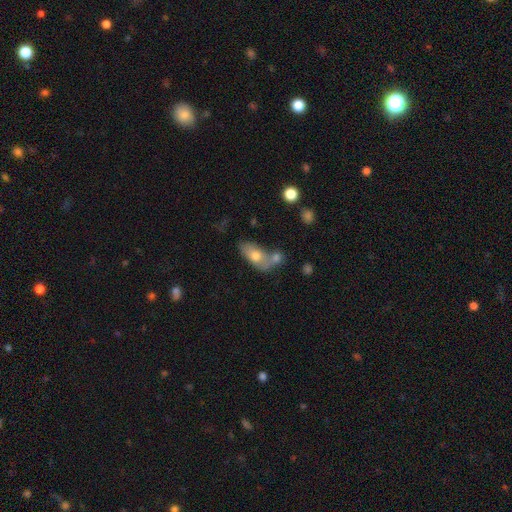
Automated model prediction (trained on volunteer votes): smooth_or_featured: smooth (p=0.69) [alt: featured or disk p=0.24]
how_rounded: in between (p=0.87) [alt: cigar-shaped p=0.07]
merging: merger (p=0.40) [alt: none p=0.38]